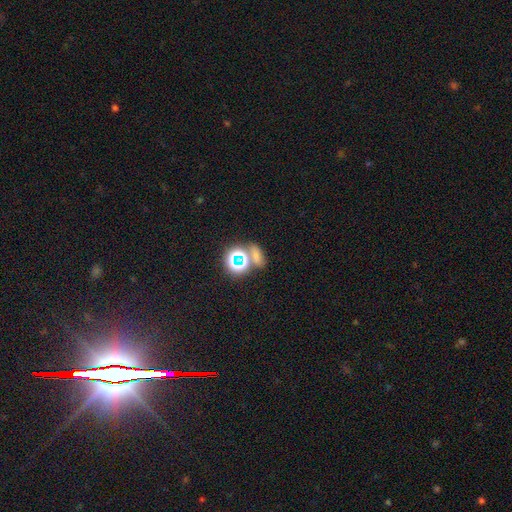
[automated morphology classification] type=smooth (48%); merging=none (56%).